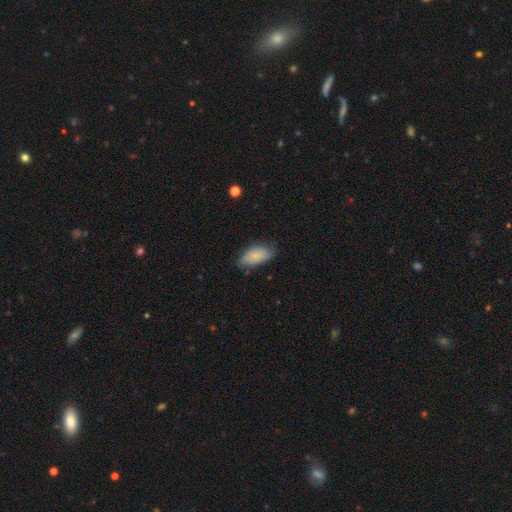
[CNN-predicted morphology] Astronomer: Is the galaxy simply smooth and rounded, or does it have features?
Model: smooth — 82%.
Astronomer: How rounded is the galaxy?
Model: in between — 92%.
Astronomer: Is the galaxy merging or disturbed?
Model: none — 69%.